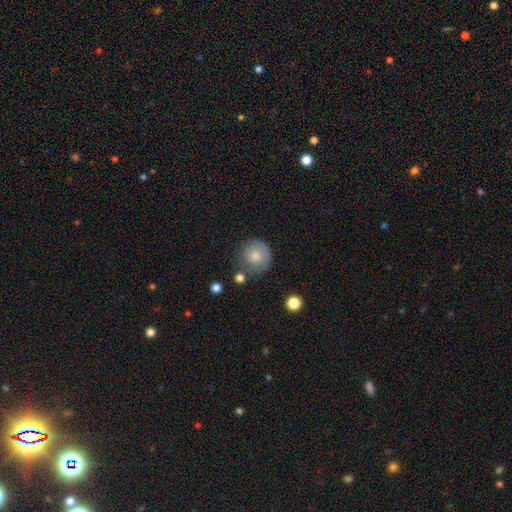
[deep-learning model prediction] smooth-or-featured: smooth: 79% | featured or disk: 13% | star or artifact: 8%
  how-rounded: round: 91% | in between: 9% | cigar-shaped: 1%
  merging: none: 68% | minor disturbance: 20% | major disturbance: 7% | merger: 6%